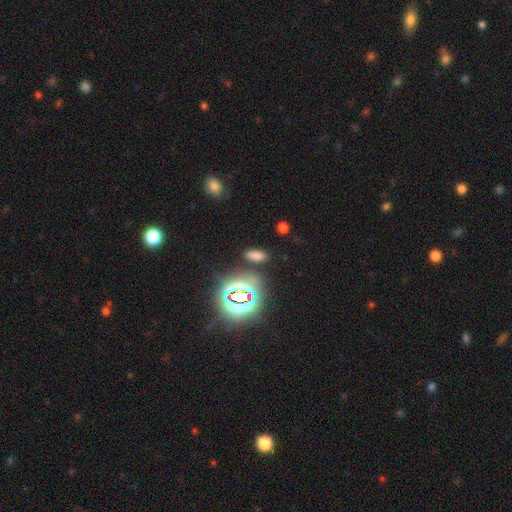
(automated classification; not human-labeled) A smooth galaxy with no disk features (64%) that is in between round and cigar-shaped (81%).

Vote fractions:
- Smooth or featured? smooth: 64% / star or artifact: 29% / featured or disk: 7%
- How rounded? in between: 81% / cigar-shaped: 12% / round: 7%
- Merging? none: 82% / minor disturbance: 10% / merger: 4% / major disturbance: 4%